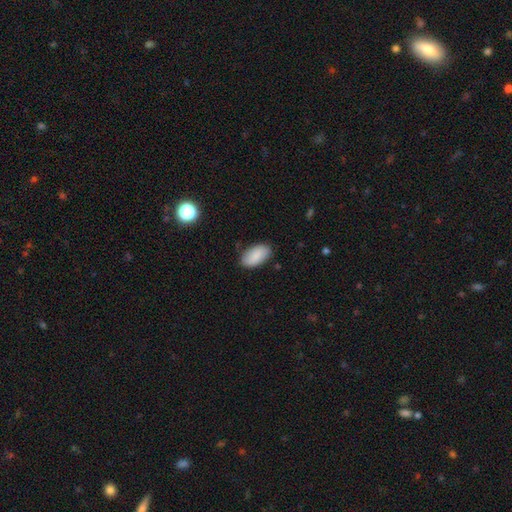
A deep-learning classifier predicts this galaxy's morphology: The model was most divided on "merging": none: 82%, minor disturbance: 14%, major disturbance: 3%, merger: 1%. More confident: how rounded — in between (94%); smooth or featured — smooth (85%).